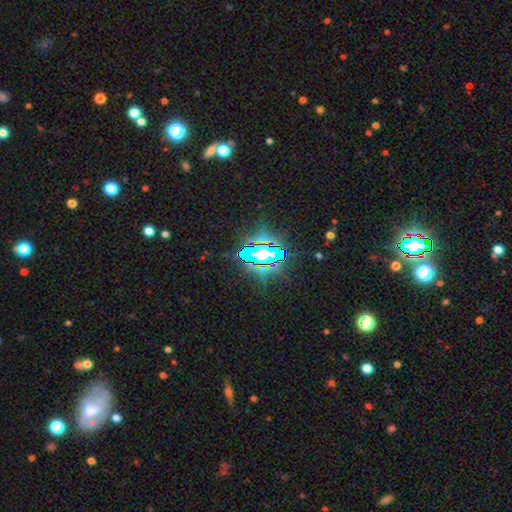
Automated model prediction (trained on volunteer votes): A star or artifact, not a galaxy (84%).